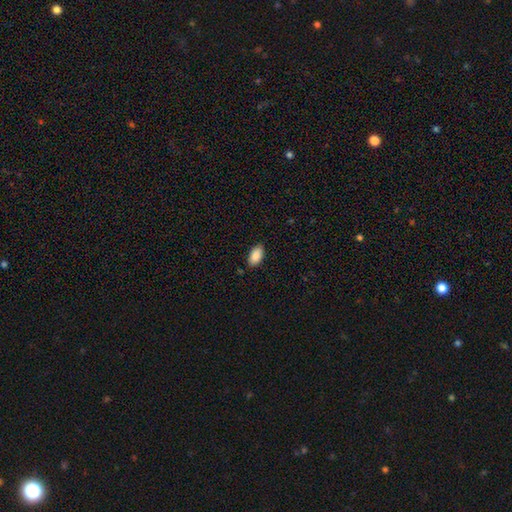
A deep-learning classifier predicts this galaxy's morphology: type=smooth (89%); roundness=in between (94%); merging=none (86%).